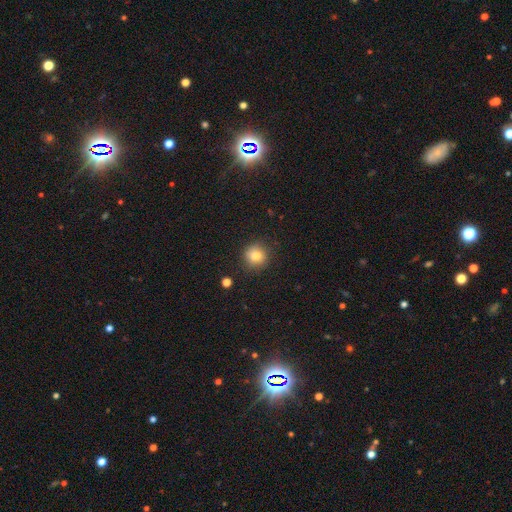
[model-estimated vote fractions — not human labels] Smooth or featured? smooth (80%)
How rounded? round (90%)
Merging? none (86%)